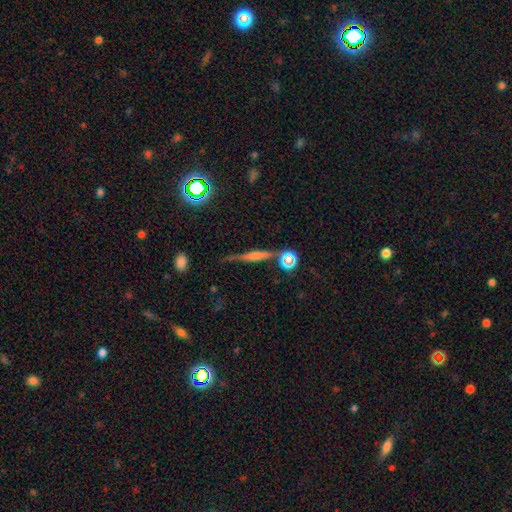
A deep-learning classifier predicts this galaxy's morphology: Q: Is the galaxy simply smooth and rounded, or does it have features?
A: featured or disk — 54%.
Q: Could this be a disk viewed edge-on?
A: yes — 94%.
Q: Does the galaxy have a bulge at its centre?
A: rounded — 42%.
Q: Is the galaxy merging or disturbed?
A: none — 73%.